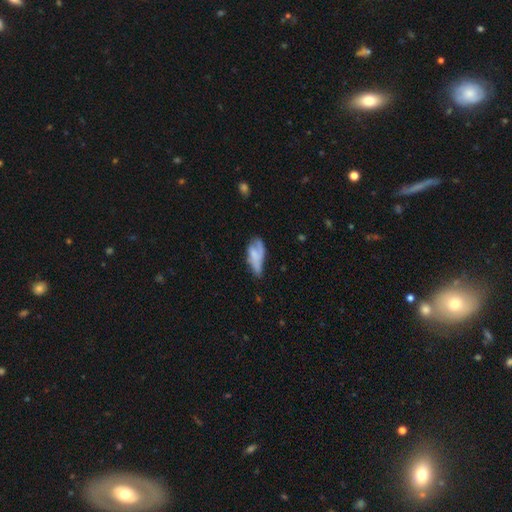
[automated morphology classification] Smooth or featured?
  - smooth: 57% *
  - featured or disk: 35%
  - star or artifact: 8%
How rounded?
  - in between: 78% *
  - cigar-shaped: 19%
  - round: 4%
Merging?
  - minor disturbance: 32% *
  - major disturbance: 31%
  - none: 29%
  - merger: 8%